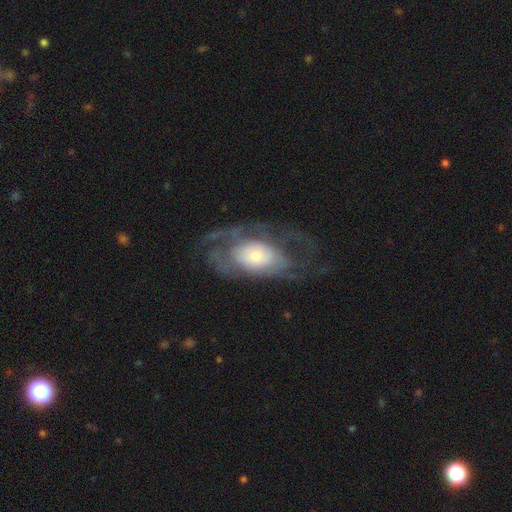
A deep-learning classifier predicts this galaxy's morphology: Smooth or featured?
  - featured or disk: 64% *
  - smooth: 29%
  - star or artifact: 7%
Edge-on disk?
  - no: 91% *
  - yes: 9%
Bar?
  - no: 82% *
  - weak: 13%
  - strong: 4%
Spiral arms?
  - yes: 54% *
  - no: 46%
Bulge size?
  - small: 47% *
  - moderate: 36%
  - large: 13%
  - dominant: 3%
  - none: 2%
Merging?
  - none: 48% *
  - major disturbance: 32%
  - minor disturbance: 19%
  - merger: 2%